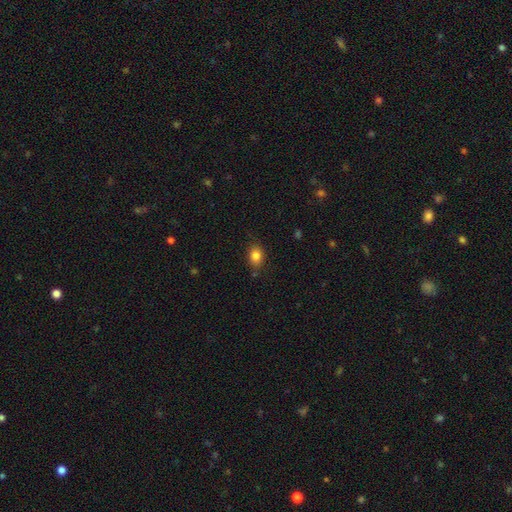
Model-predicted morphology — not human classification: Smooth or featured? Predicted: smooth (p=0.84). How rounded? Predicted: in between (p=0.65). Merging? Predicted: none (p=0.81).